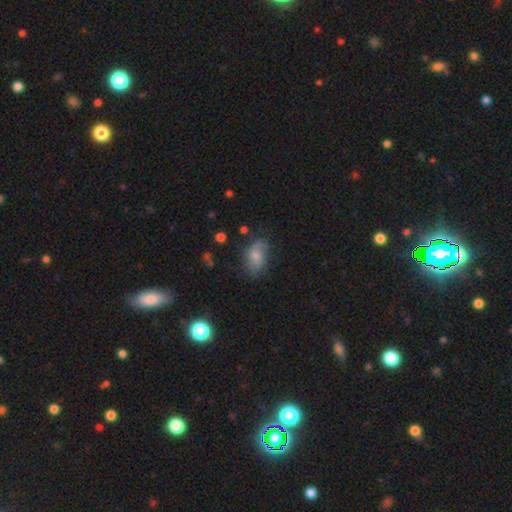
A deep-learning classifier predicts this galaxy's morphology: This appears to be a smooth galaxy with no disk features (53%) that is in between round and cigar-shaped (84%). Merging: none (60%).